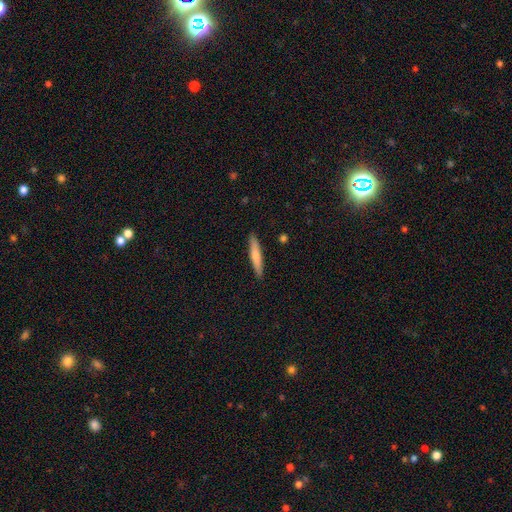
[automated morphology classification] This appears to be a smooth galaxy with no disk features (68%) that is cigar-shaped (92%). Merging: none (91%).